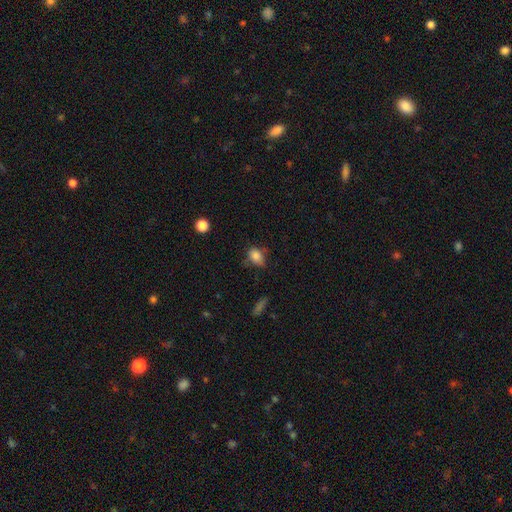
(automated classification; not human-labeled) Smooth or featured: smooth — 83% (star or artifact — 10%)
How rounded: in between — 69% (round — 29%)
Merging: none — 57% (minor disturbance — 31%)